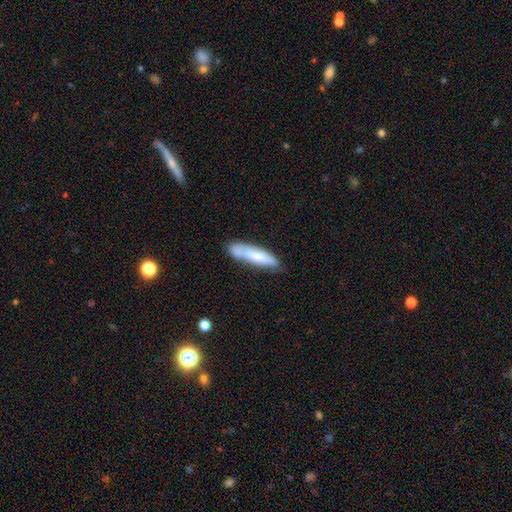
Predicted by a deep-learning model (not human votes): Smooth or featured: smooth — 70% (featured or disk — 23%)
How rounded: cigar-shaped — 74% (in between — 24%)
Merging: none — 62% (minor disturbance — 23%)